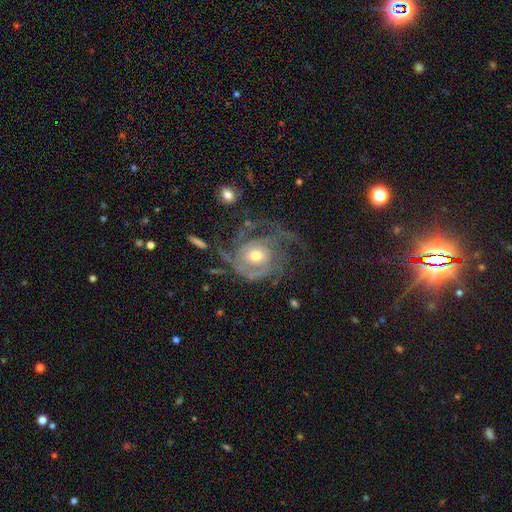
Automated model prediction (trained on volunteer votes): featured or disk 86%, smooth 9%, star or artifact 5%. Down the decision tree: edge-on disk — no (97%); bar — no (76%); spiral arms — yes (93%); spiral arm count — 2 (27%); spiral winding — tight (45%); bulge size — moderate (64%); merging — none (48%).